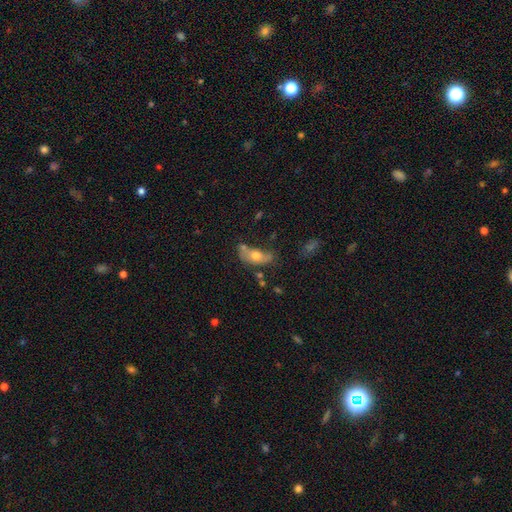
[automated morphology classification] Smooth or featured?
  - smooth: 56% *
  - featured or disk: 33%
  - star or artifact: 11%
How rounded?
  - in between: 81% *
  - cigar-shaped: 12%
  - round: 8%
Merging?
  - none: 35% *
  - minor disturbance: 27%
  - major disturbance: 21%
  - merger: 17%